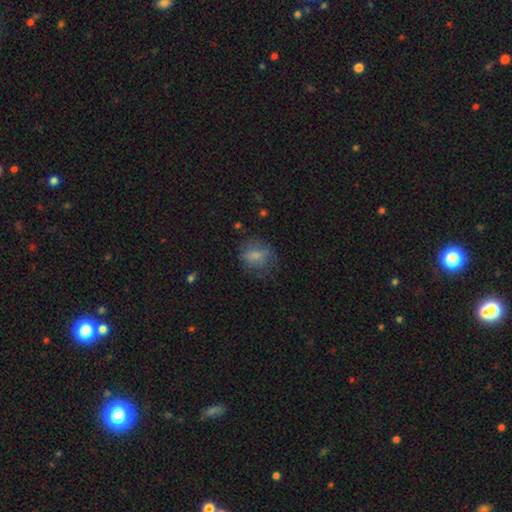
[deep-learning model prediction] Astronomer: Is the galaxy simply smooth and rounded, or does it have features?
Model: smooth — 65%.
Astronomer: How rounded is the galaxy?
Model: in between — 52% (runner-up: round, 45%).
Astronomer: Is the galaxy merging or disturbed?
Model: none — 58%.